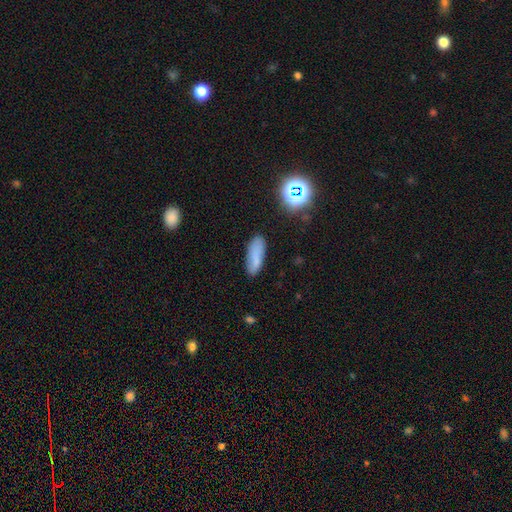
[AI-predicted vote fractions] Morphology: type=smooth (77%); roundness=in between (57%); merging=none (78%).